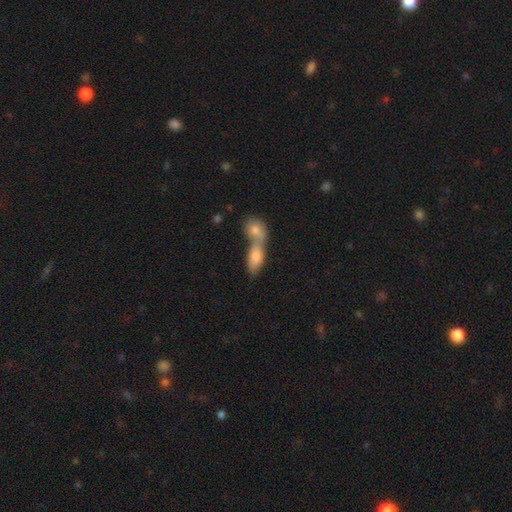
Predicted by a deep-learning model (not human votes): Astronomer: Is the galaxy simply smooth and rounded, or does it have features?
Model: smooth — 79%.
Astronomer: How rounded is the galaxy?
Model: in between — 82%.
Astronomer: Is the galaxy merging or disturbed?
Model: merger — 72%.